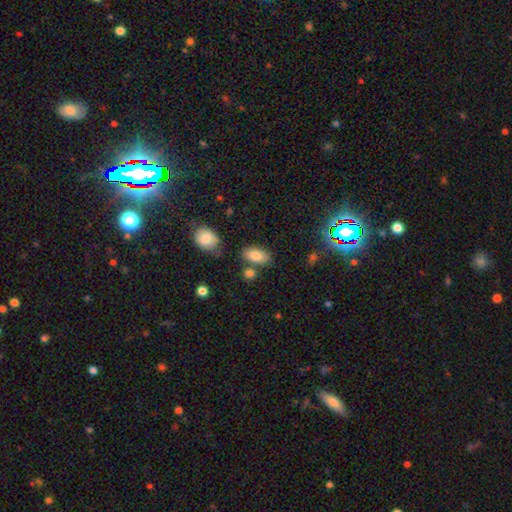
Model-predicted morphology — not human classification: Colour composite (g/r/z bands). It shows a smooth galaxy with no disk features (83%) that is in between round and cigar-shaped (91%). Merging: none (73%).